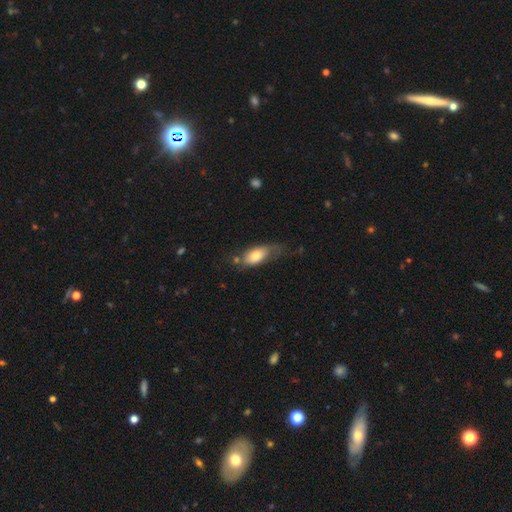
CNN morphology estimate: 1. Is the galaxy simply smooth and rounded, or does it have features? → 72% smooth, 21% featured or disk, 7% star or artifact.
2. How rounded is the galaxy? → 87% in between, 9% cigar-shaped, 4% round.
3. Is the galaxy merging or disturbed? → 38% none, 34% minor disturbance, 21% major disturbance, 6% merger.